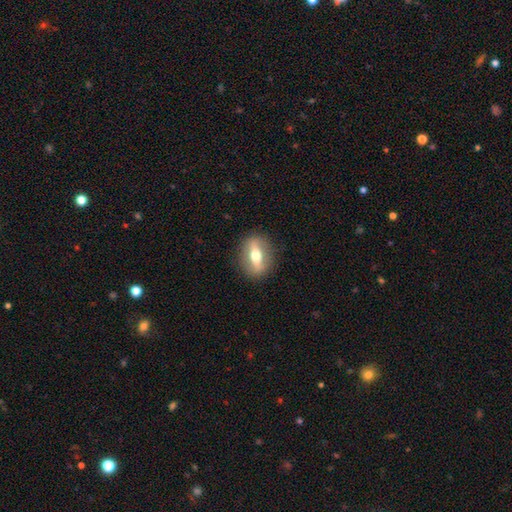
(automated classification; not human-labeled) A featured or disk galaxy (55%) viewed edge-on (52%).

Vote fractions:
- Smooth or featured? featured or disk: 55% / smooth: 38% / star or artifact: 7%
- Edge-on disk? yes: 52% / no: 48%
- Merging? none: 87% / minor disturbance: 9% / major disturbance: 3% / merger: 1%